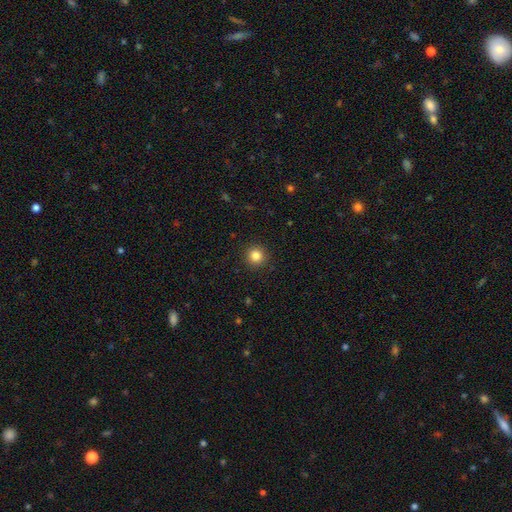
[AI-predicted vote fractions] Smooth or featured: smooth — 83% (star or artifact — 12%)
How rounded: round — 95% (in between — 4%)
Merging: none — 92% (minor disturbance — 5%)